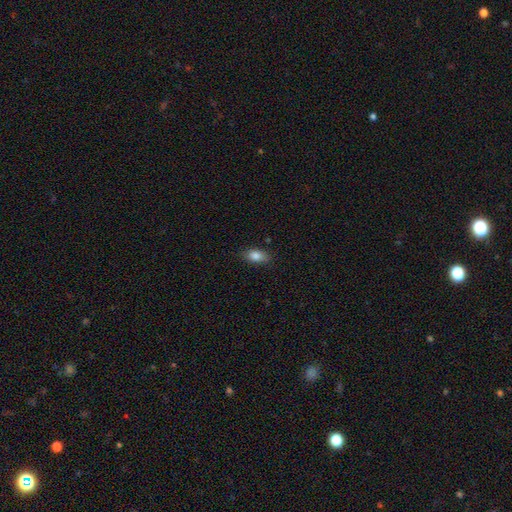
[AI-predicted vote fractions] This is clearly a smooth galaxy (84%). How rounded: clearly in between (87%). Merging: clearly none (83%).